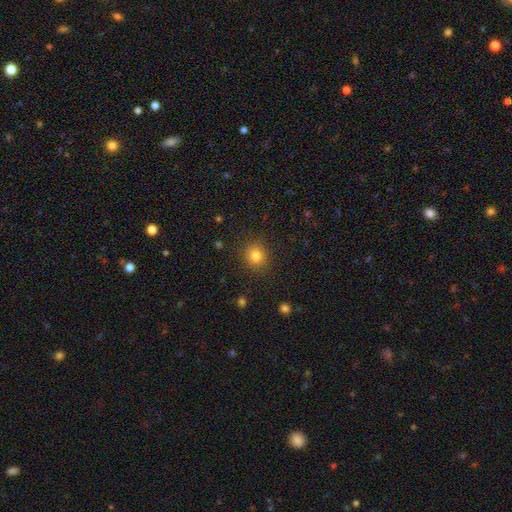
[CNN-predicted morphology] Smooth or featured?
  - smooth: 82% *
  - star or artifact: 13%
  - featured or disk: 6%
How rounded?
  - round: 89% *
  - in between: 10%
  - cigar-shaped: 1%
Merging?
  - none: 89% *
  - minor disturbance: 7%
  - major disturbance: 3%
  - merger: 1%